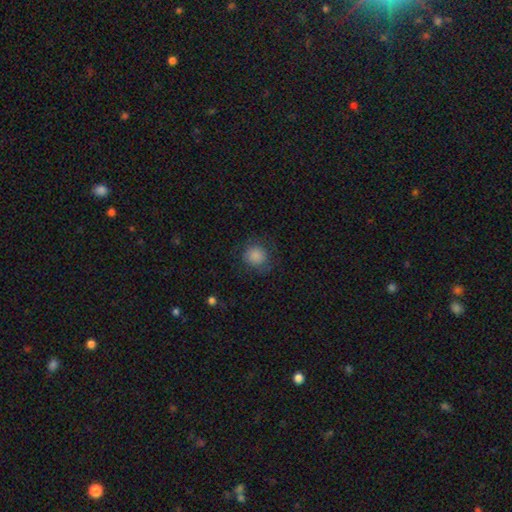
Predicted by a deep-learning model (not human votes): Smooth or featured?
  - smooth: 84% *
  - star or artifact: 8%
  - featured or disk: 8%
How rounded?
  - round: 83% *
  - in between: 16%
  - cigar-shaped: 1%
Merging?
  - none: 72% *
  - minor disturbance: 17%
  - major disturbance: 9%
  - merger: 1%